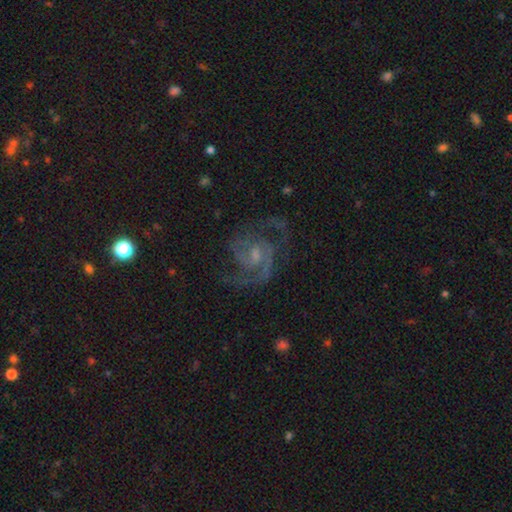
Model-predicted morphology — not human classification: smooth_or_featured: featured or disk (p=0.88) [alt: star or artifact p=0.06]
disk_edge_on: no (p=0.98) [alt: yes p=0.02]
bar: weak (p=0.47) [alt: no p=0.45]
has_spiral_arms: yes (p=0.97) [alt: no p=0.03]
spiral_winding: medium (p=0.59) [alt: tight p=0.24]
spiral_arm_count: 2 (p=0.68) [alt: 3 p=0.15]
bulge_size: small (p=0.52) [alt: moderate p=0.31]
merging: none (p=0.67) [alt: minor disturbance p=0.16]